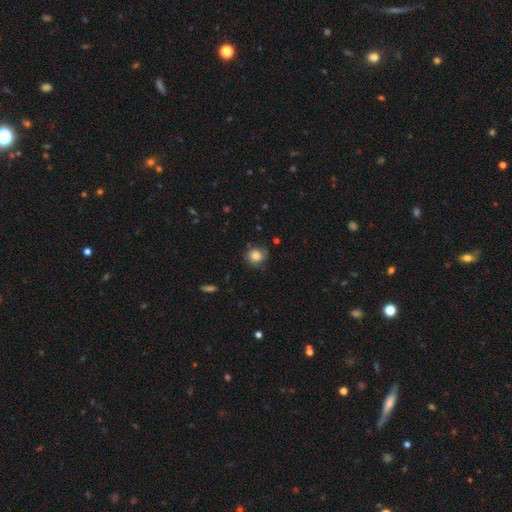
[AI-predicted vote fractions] Smooth or featured?
  - smooth: 78% *
  - featured or disk: 12%
  - star or artifact: 10%
How rounded?
  - round: 85% *
  - in between: 14%
  - cigar-shaped: 1%
Merging?
  - none: 69% *
  - minor disturbance: 22%
  - major disturbance: 6%
  - merger: 2%